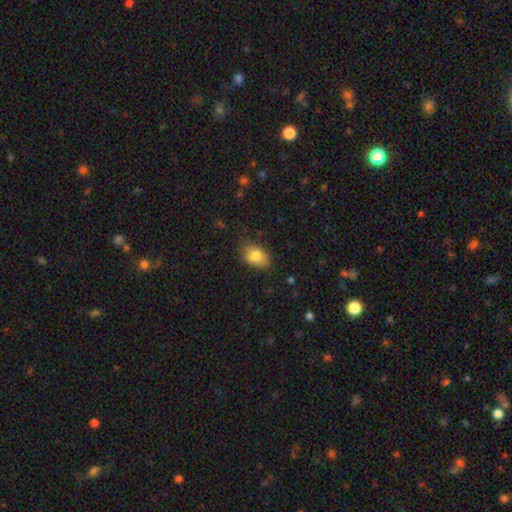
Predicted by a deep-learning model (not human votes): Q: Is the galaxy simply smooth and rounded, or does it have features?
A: smooth — 80%.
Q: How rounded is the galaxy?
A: in between — 83%.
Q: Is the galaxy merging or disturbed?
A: none — 71%.